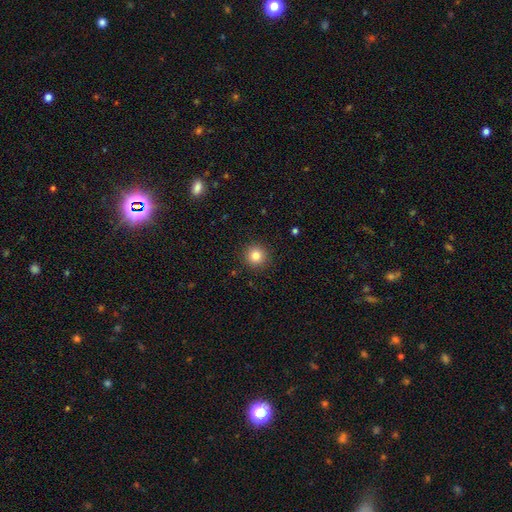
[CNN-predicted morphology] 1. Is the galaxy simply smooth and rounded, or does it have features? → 82% smooth, 11% star or artifact, 7% featured or disk.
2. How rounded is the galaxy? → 95% round, 4% in between, 1% cigar-shaped.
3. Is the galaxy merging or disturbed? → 91% none, 6% minor disturbance, 2% major disturbance, 1% merger.